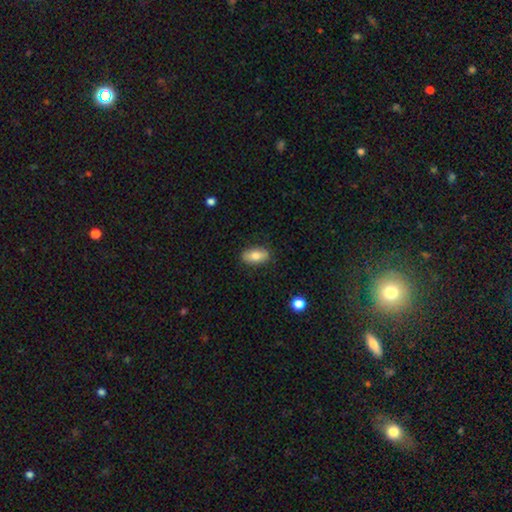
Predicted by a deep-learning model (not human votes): Smooth or featured: smooth — 78% (featured or disk — 15%)
How rounded: in between — 90% (cigar-shaped — 5%)
Merging: none — 86% (minor disturbance — 11%)